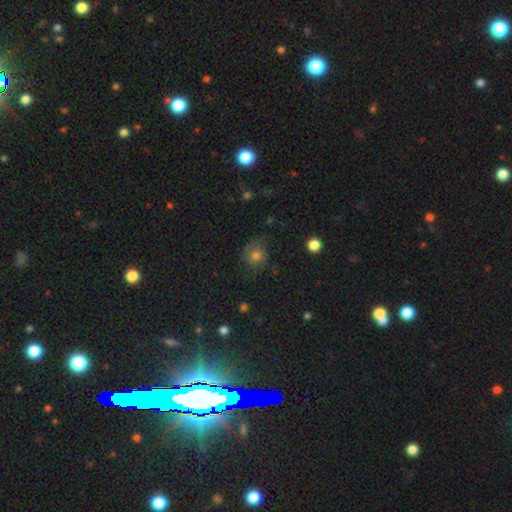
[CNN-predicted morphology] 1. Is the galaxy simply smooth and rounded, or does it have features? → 73% smooth, 14% featured or disk, 13% star or artifact.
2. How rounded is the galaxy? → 77% round, 22% in between, 1% cigar-shaped.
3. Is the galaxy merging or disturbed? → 57% none, 28% minor disturbance, 14% major disturbance, 2% merger.